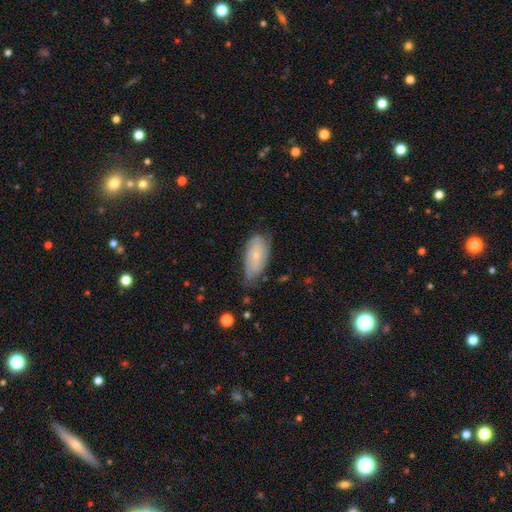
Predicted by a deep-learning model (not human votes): Overall: featured or disk (52%; smooth 41%). Edge-on disk: no (90%). Merging: none (58%; minor disturbance 32%).